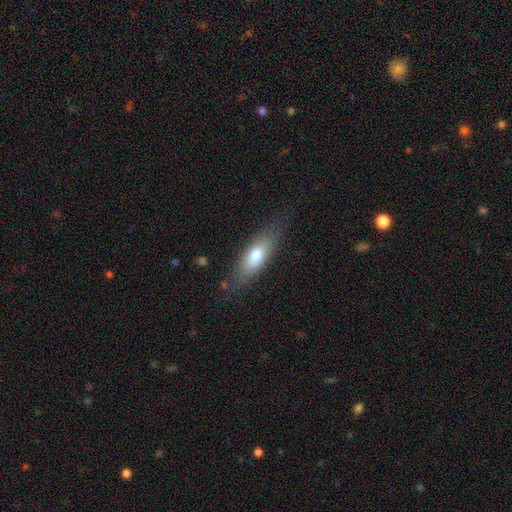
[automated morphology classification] Q: Smooth or featured?
A: smooth (70%); runner-up: featured or disk (23%)
Q: How rounded?
A: in between (63%); runner-up: cigar-shaped (34%)
Q: Merging?
A: none (73%); runner-up: minor disturbance (19%)